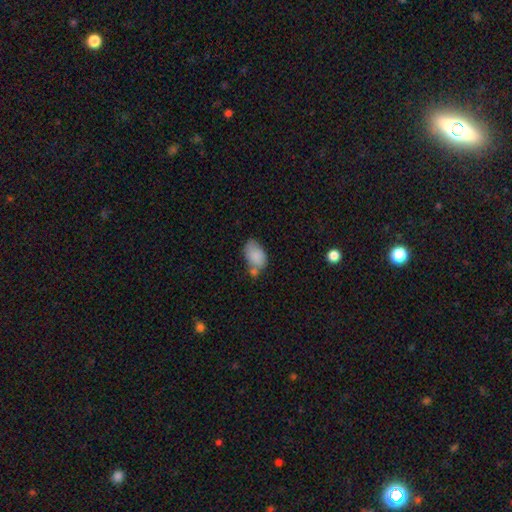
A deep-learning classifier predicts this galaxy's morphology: smooth_or_featured: smooth (p=0.83) [alt: featured or disk p=0.10]
how_rounded: in between (p=0.90) [alt: round p=0.09]
merging: none (p=0.42) [alt: minor disturbance p=0.27]